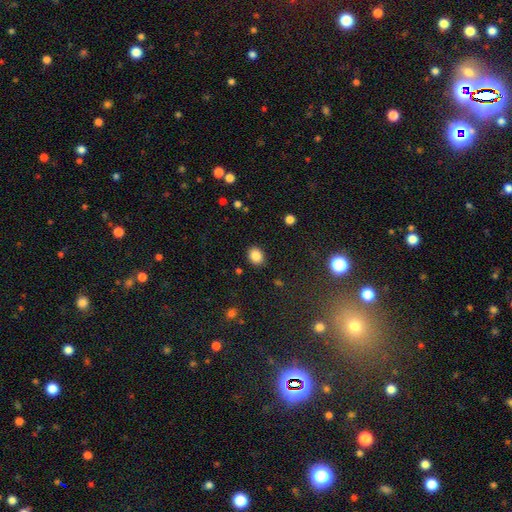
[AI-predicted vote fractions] This is clearly a smooth galaxy (85%). How rounded: possibly in between (51%). Merging: clearly none (88%).